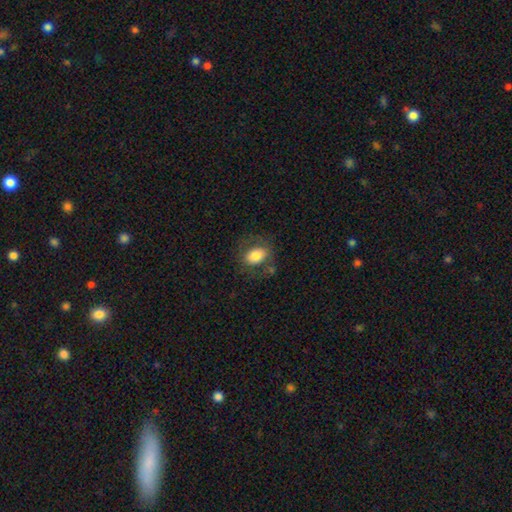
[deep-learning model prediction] Smooth or featured? smooth (75%)
How rounded? in between (73%)
Merging? none (66%)